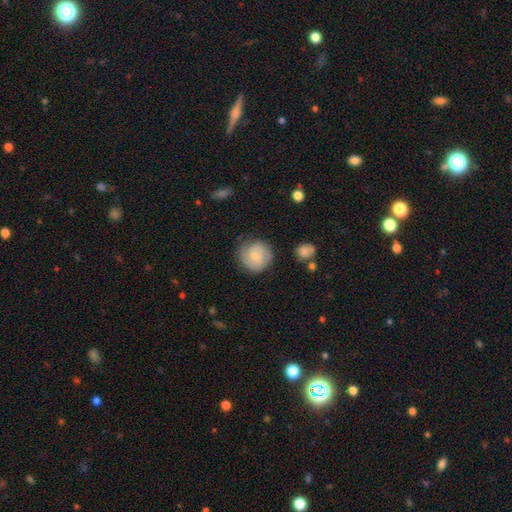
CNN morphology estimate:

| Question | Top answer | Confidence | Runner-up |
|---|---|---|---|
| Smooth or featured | featured or disk | 47% | smooth (46%) |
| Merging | none | 75% | minor disturbance (18%) |